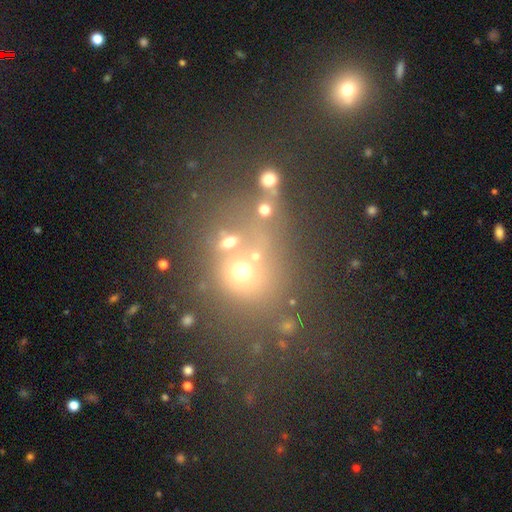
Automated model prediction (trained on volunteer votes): Smooth or featured?
  - smooth: 53% *
  - star or artifact: 32%
  - featured or disk: 15%
How rounded?
  - round: 73% *
  - in between: 25%
  - cigar-shaped: 2%
Merging?
  - none: 52% *
  - merger: 25%
  - minor disturbance: 12%
  - major disturbance: 11%